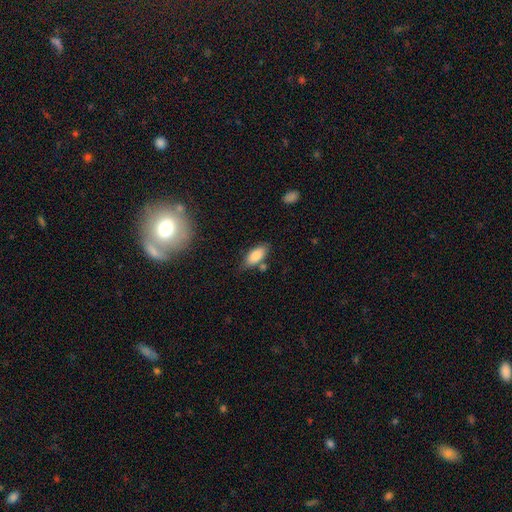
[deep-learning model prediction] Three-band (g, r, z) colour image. It shows a smooth galaxy with no disk features (83%) that is in between round and cigar-shaped (86%). Merging: none (70%).